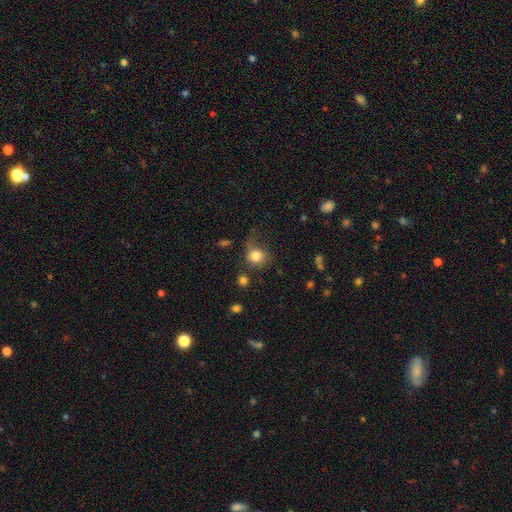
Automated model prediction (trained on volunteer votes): The model was most divided on "merging": none: 55%, minor disturbance: 26%, major disturbance: 14%, merger: 4%. More confident: smooth or featured — smooth (80%); how rounded — round (78%).